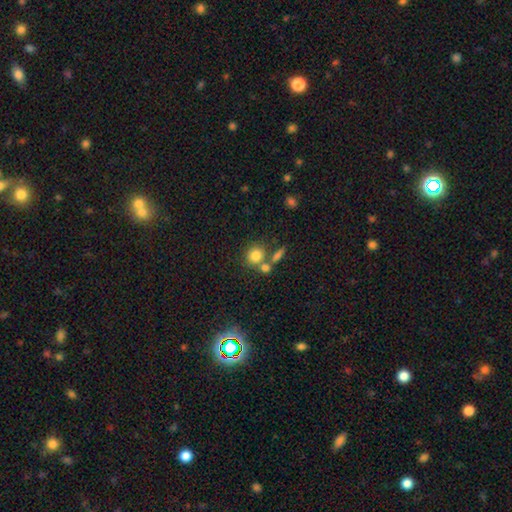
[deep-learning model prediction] Smooth or featured? smooth (79%)
How rounded? round (80%)
Merging? none (57%)